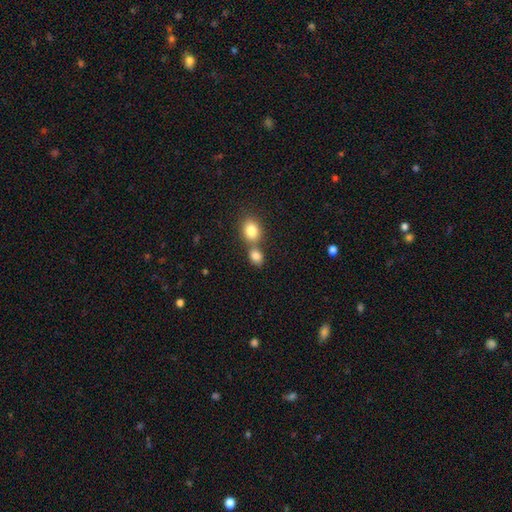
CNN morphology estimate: smooth_or_featured: smooth (p=0.83) [alt: star or artifact p=0.10]
how_rounded: round (p=0.52) [alt: in between p=0.46]
merging: none (p=0.46) [alt: merger p=0.44]